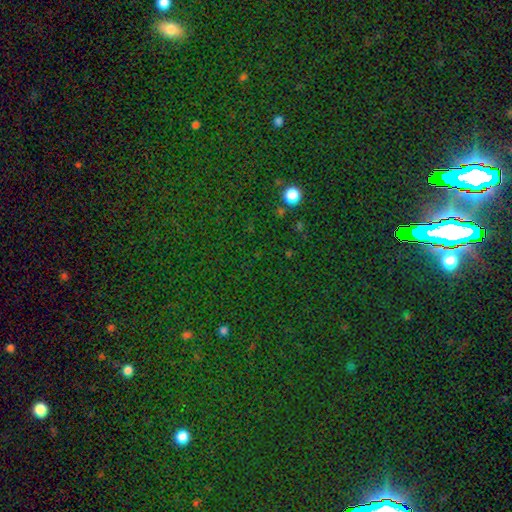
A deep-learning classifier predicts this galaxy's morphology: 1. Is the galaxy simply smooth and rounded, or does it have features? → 76% star or artifact, 16% smooth, 8% featured or disk.